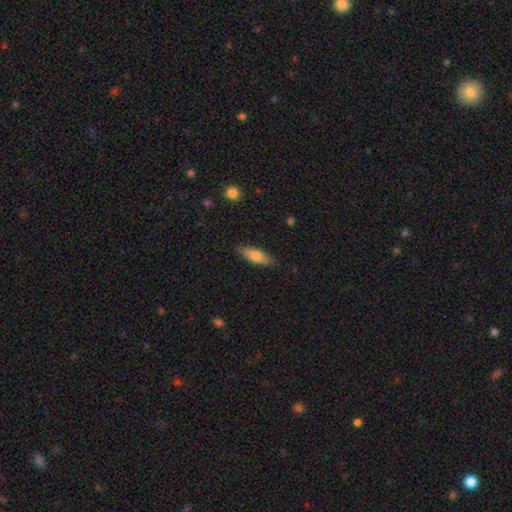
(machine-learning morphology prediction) type=smooth (74%); roundness=in between (56%); merging=none (84%).